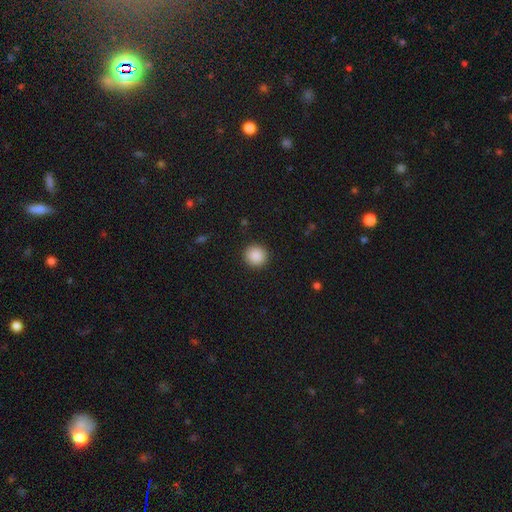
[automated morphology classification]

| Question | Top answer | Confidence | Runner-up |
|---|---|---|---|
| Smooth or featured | smooth | 89% | star or artifact (8%) |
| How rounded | round | 94% | in between (5%) |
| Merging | none | 92% | minor disturbance (5%) |